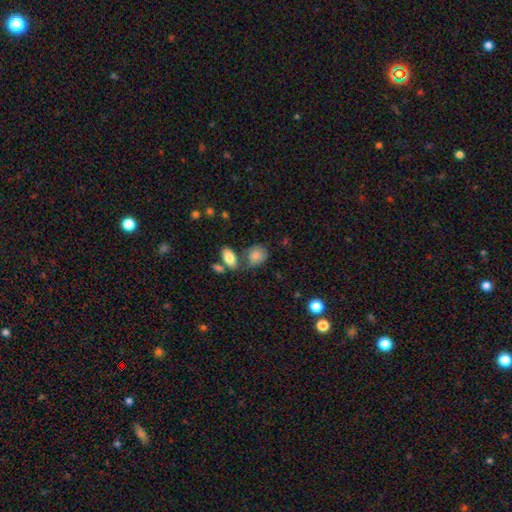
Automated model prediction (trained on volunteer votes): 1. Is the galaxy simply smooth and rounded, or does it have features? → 83% smooth, 10% featured or disk, 8% star or artifact.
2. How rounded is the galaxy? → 56% in between, 42% round, 2% cigar-shaped.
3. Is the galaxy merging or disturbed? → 55% none, 20% merger, 19% minor disturbance, 6% major disturbance.